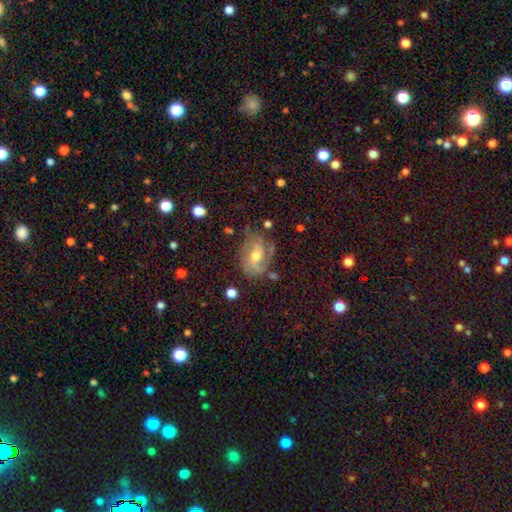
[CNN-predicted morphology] smooth_or_featured: featured or disk (p=0.67) [alt: smooth p=0.21]
disk_edge_on: no (p=0.96) [alt: yes p=0.04]
bar: no (p=0.46) [alt: weak p=0.41]
has_spiral_arms: yes (p=0.85) [alt: no p=0.15]
spiral_winding: medium (p=0.43) [alt: tight p=0.36]
spiral_arm_count: 2 (p=0.54) [alt: can't tell p=0.23]
bulge_size: moderate (p=0.73) [alt: small p=0.19]
merging: none (p=0.62) [alt: minor disturbance p=0.23]